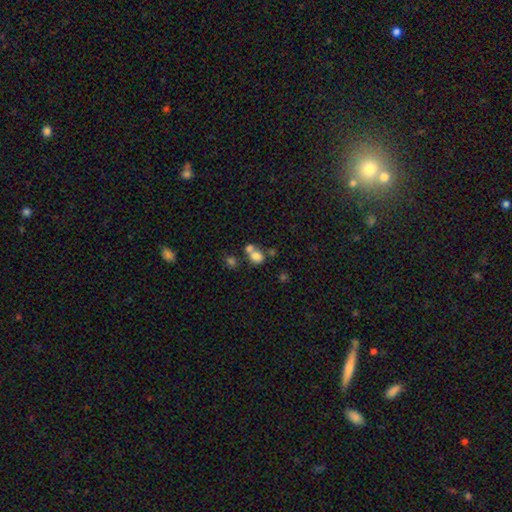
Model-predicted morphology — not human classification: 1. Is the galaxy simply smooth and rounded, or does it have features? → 77% smooth, 12% star or artifact, 11% featured or disk.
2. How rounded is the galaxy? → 66% round, 33% in between, 1% cigar-shaped.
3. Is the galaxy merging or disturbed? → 51% merger, 36% none, 8% minor disturbance, 5% major disturbance.